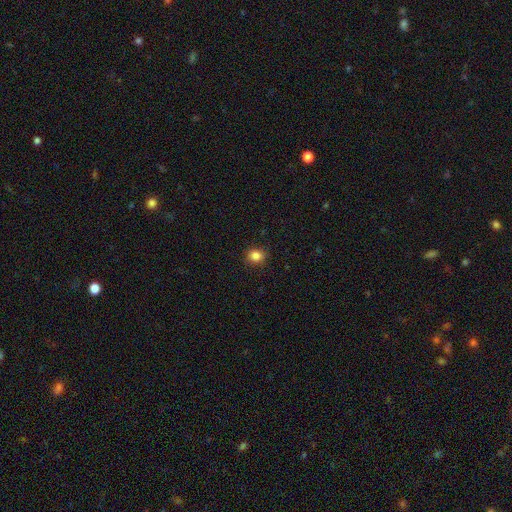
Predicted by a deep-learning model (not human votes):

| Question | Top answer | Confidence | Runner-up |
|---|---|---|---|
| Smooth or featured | smooth | 84% | star or artifact (11%) |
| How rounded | round | 73% | in between (26%) |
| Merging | none | 87% | minor disturbance (9%) |